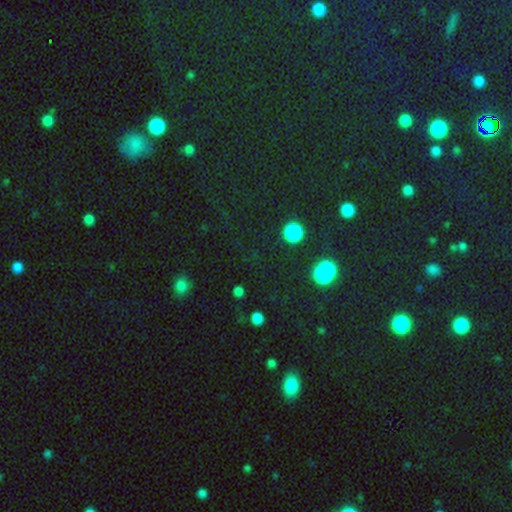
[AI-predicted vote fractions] The model was most divided on "smooth or featured": star or artifact: 65%, smooth: 26%, featured or disk: 9%.